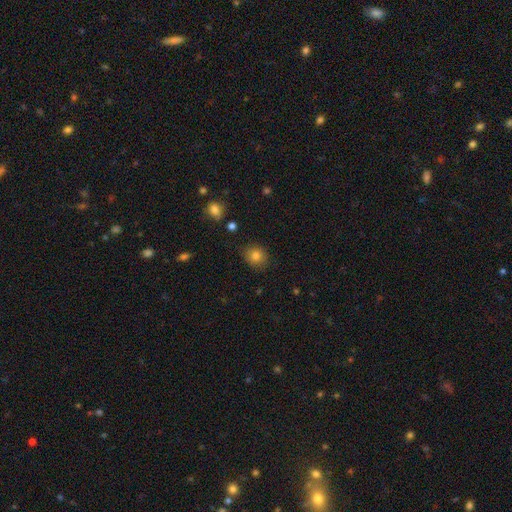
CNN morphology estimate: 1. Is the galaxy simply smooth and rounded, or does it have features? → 81% smooth, 11% star or artifact, 7% featured or disk.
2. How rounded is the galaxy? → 73% round, 26% in between, 1% cigar-shaped.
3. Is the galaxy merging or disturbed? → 83% none, 12% minor disturbance, 3% major disturbance, 2% merger.